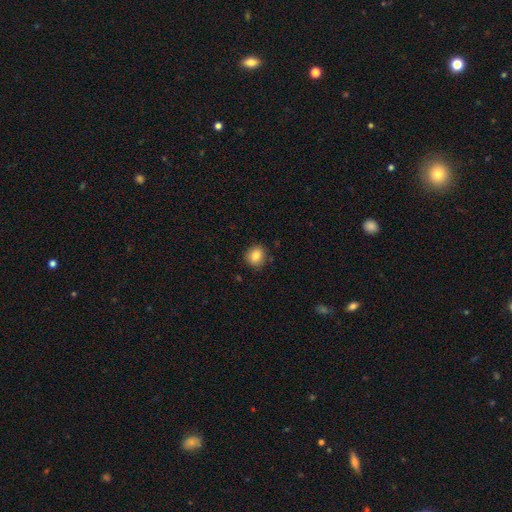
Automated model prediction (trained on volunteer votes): smooth-or-featured: smooth: 84% | star or artifact: 10% | featured or disk: 6%
  how-rounded: round: 77% | in between: 22% | cigar-shaped: 1%
  merging: none: 87% | minor disturbance: 10% | major disturbance: 2% | merger: 1%